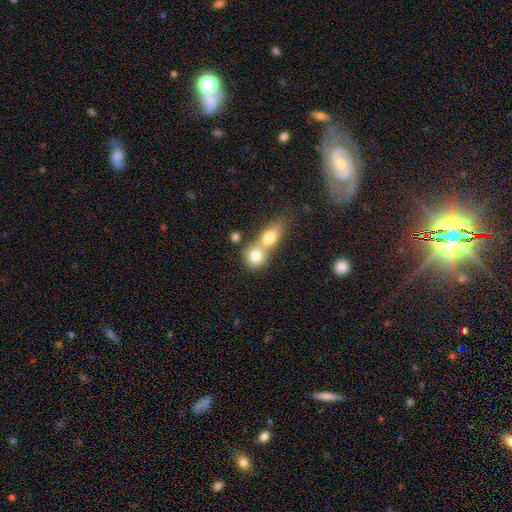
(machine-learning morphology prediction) type=smooth (76%); roundness=round (71%); merging=merger (65%).